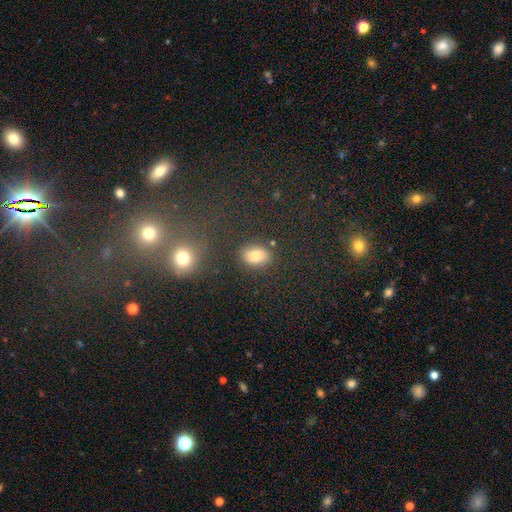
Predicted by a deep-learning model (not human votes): smooth 81%, star or artifact 11%, featured or disk 8%. Down the decision tree: how rounded — in between (78%); merging — none (79%).